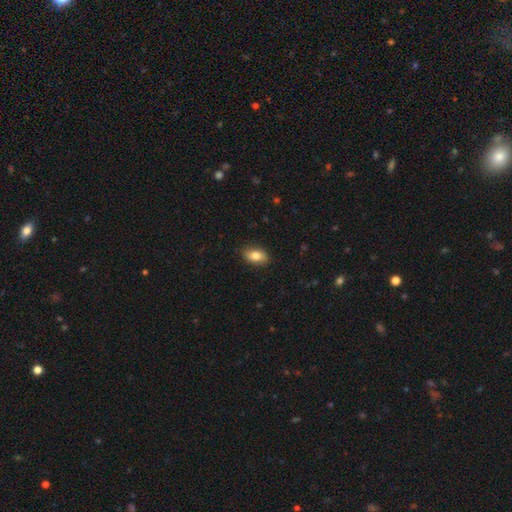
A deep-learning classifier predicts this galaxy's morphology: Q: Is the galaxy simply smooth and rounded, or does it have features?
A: smooth — 82%.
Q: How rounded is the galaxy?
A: in between — 89%.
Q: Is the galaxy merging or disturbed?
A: none — 87%.